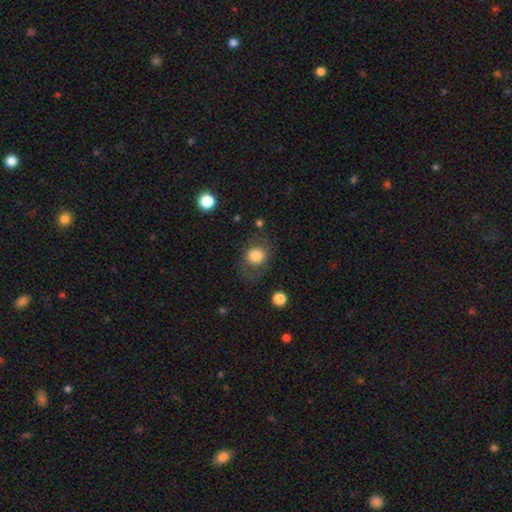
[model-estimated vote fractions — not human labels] Q: Smooth or featured?
A: smooth (76%); runner-up: featured or disk (16%)
Q: How rounded?
A: round (63%); runner-up: in between (36%)
Q: Merging?
A: none (66%); runner-up: minor disturbance (18%)